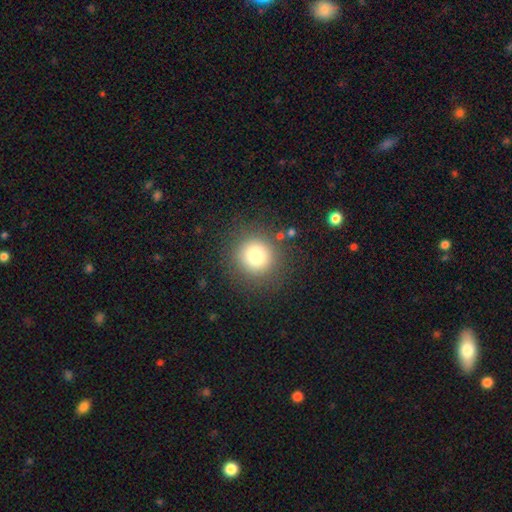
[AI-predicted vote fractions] Smooth or featured?
  - smooth: 78% *
  - star or artifact: 13%
  - featured or disk: 9%
How rounded?
  - round: 93% *
  - in between: 6%
  - cigar-shaped: 1%
Merging?
  - none: 87% *
  - minor disturbance: 7%
  - major disturbance: 4%
  - merger: 2%